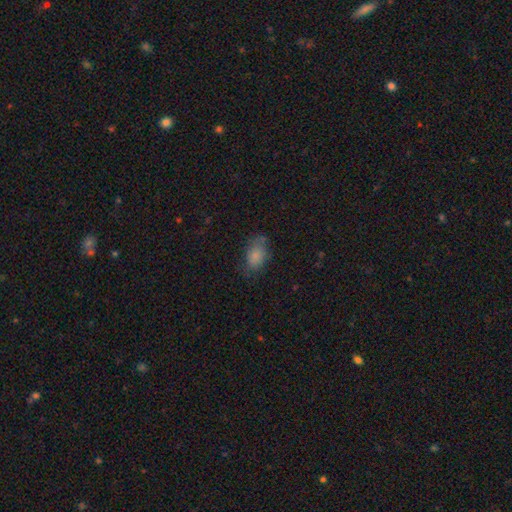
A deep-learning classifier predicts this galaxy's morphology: A smooth galaxy with no disk features (80%) that is in between round and cigar-shaped (87%). Merging: none (62%).